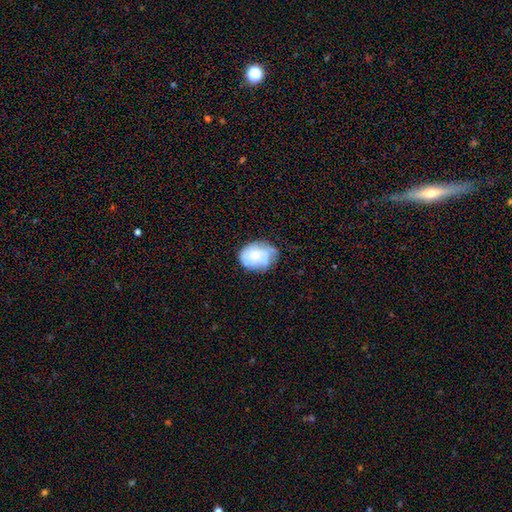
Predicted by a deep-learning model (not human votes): smooth 56%, featured or disk 36%, star or artifact 8%. Down the decision tree: how rounded — in between (60%); merging — none (51%).